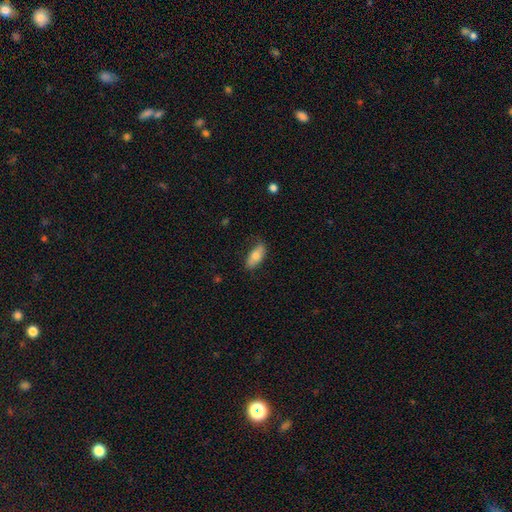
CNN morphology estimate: smooth 75%, featured or disk 19%, star or artifact 6%. Down the decision tree: how rounded — in between (81%); merging — none (76%).